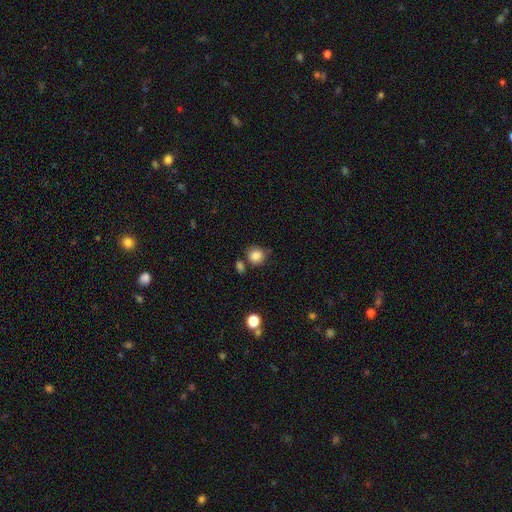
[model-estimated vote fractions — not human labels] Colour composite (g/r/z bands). It shows a smooth galaxy with no disk features (85%) that is round (85%). Merging: none (73%).